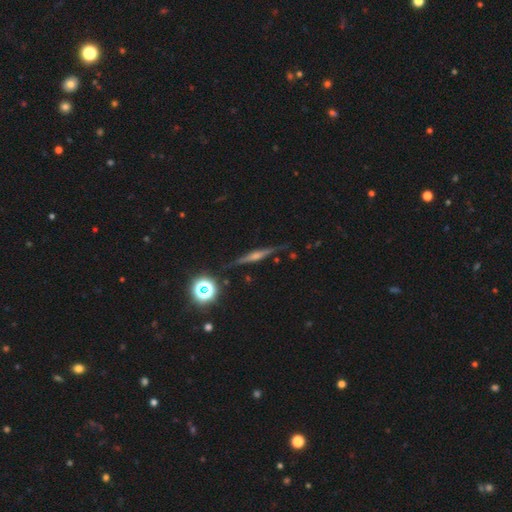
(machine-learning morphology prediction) Overall: featured or disk (73%). Edge-on disk: yes (97%). Edge-on bulge: rounded (81%). Merging: none (87%).